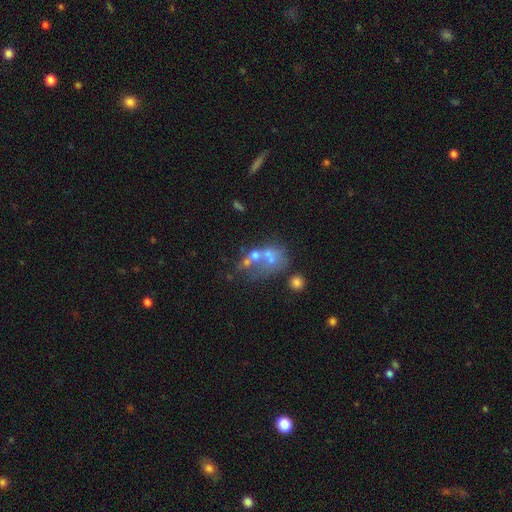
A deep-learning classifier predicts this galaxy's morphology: Smooth or featured? Predicted: featured or disk (p=0.39). Merging? Predicted: merger (p=0.49).